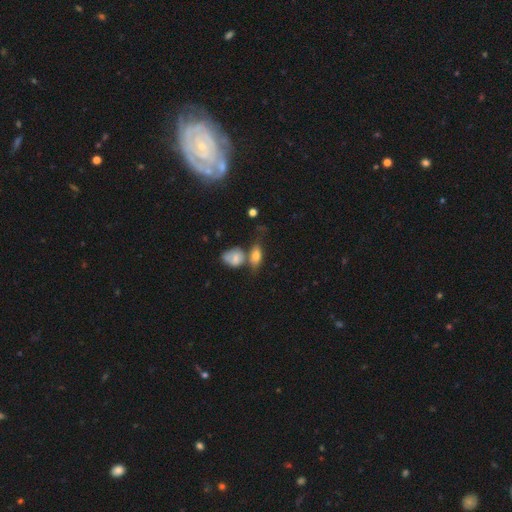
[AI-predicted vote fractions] Smooth or featured? smooth (72%)
How rounded? in between (79%)
Merging? none (44%)